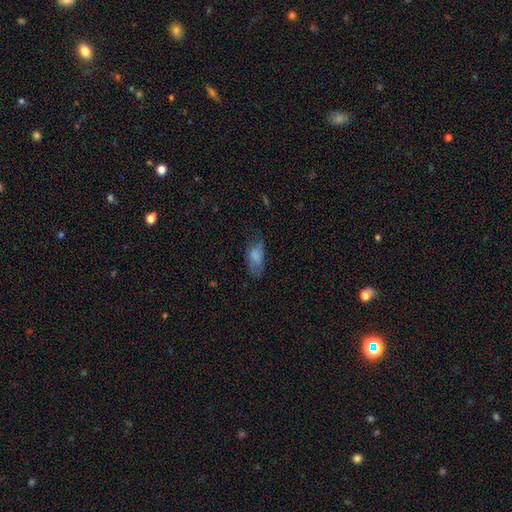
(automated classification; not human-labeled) A smooth galaxy with no disk features (74%) that is in between round and cigar-shaped (89%).

Vote fractions:
- Smooth or featured? smooth: 74% / featured or disk: 17% / star or artifact: 10%
- How rounded? in between: 89% / cigar-shaped: 8% / round: 3%
- Merging? none: 48% / minor disturbance: 31% / major disturbance: 18% / merger: 2%